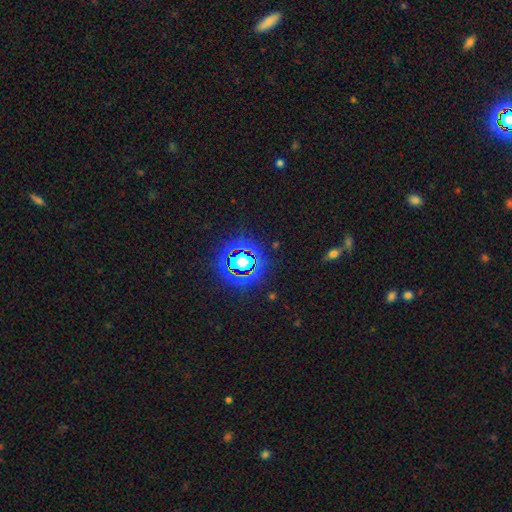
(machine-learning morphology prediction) Smooth or featured: star or artifact — 81% (smooth — 13%)